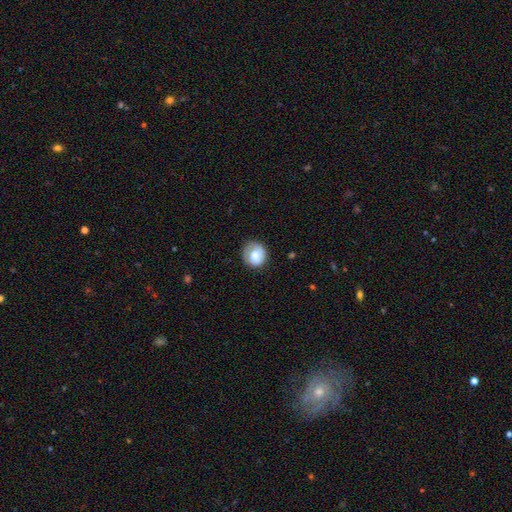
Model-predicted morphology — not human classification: Smooth or featured?
  - smooth: 70% *
  - featured or disk: 23%
  - star or artifact: 8%
How rounded?
  - round: 80% *
  - in between: 19%
  - cigar-shaped: 1%
Merging?
  - none: 73% *
  - minor disturbance: 19%
  - major disturbance: 7%
  - merger: 1%